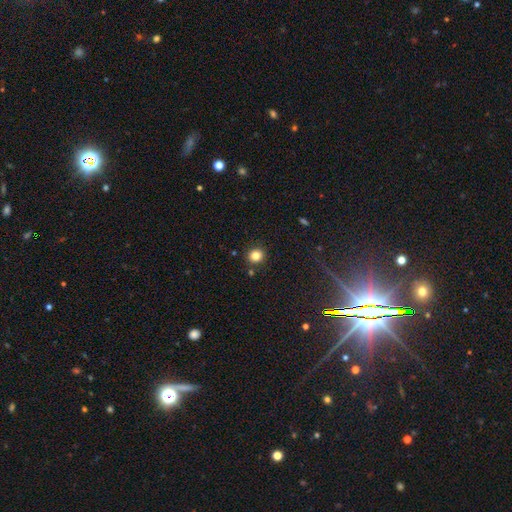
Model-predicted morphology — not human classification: Smooth or featured? Predicted: smooth (p=0.82). How rounded? Predicted: round (p=0.86). Merging? Predicted: none (p=0.88).